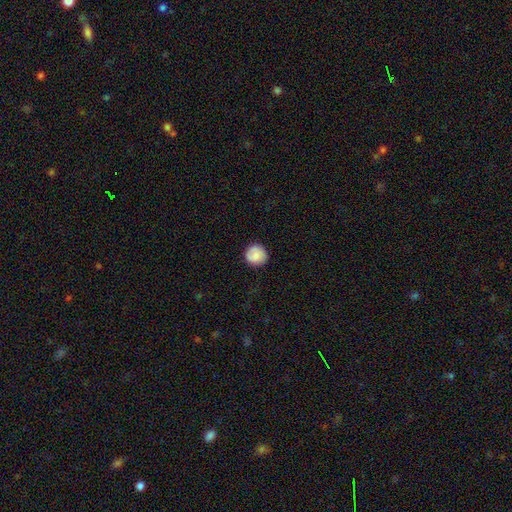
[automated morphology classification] A smooth galaxy with no disk features (82%) that is round (94%). Merging: none (85%).